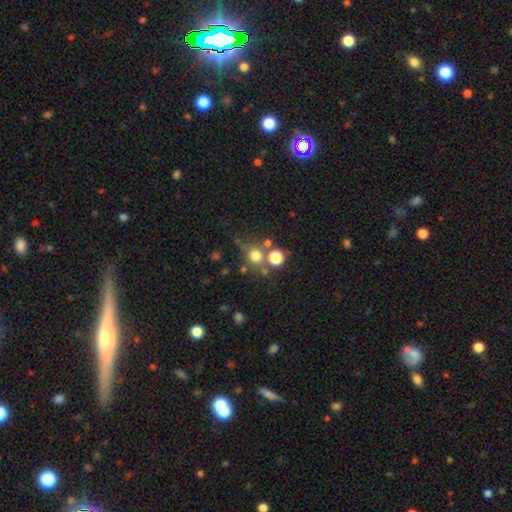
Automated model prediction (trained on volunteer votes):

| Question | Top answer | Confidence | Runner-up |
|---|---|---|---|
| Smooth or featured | smooth | 70% | star or artifact (20%) |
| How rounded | round | 90% | in between (9%) |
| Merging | none | 66% | merger (19%) |